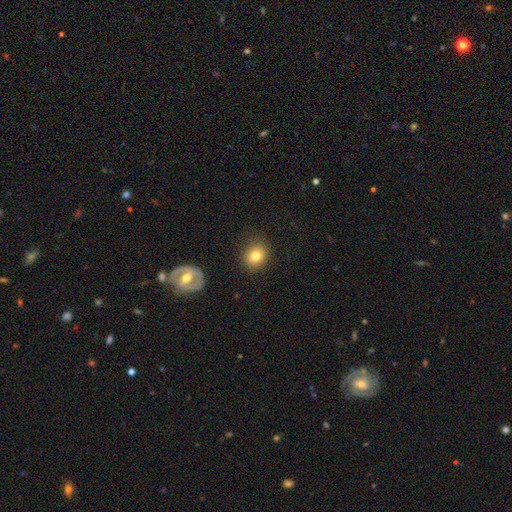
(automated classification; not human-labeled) Morphology: type=smooth (78%); roundness=round (76%); merging=none (85%).